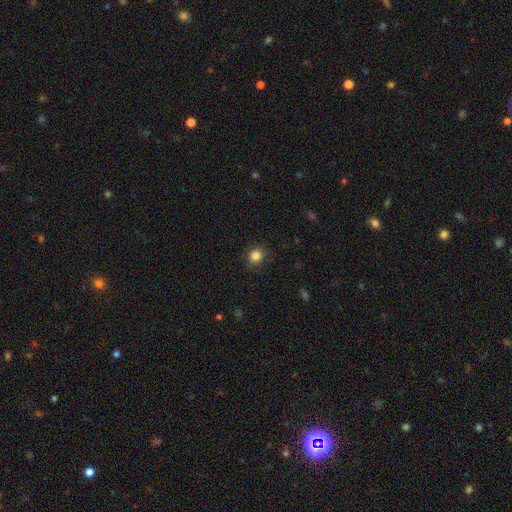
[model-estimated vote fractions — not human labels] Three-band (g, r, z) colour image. It shows a smooth galaxy with no disk features (84%) that is round (83%). Merging: none (88%).